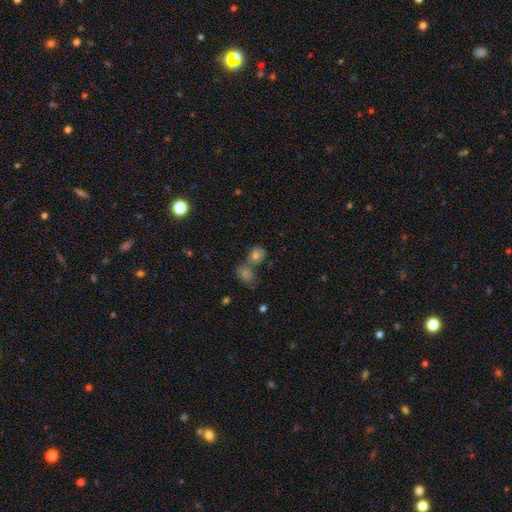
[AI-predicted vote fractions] This appears to be a smooth galaxy with no disk features (75%) that is round (55%). Merging: none (42%).